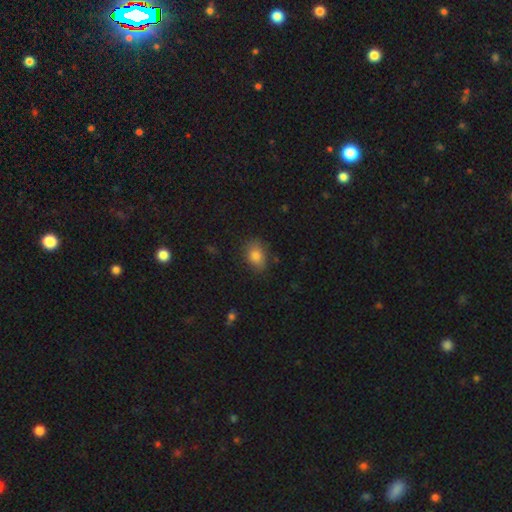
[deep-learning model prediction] A smooth galaxy with no disk features (82%) that is in between round and cigar-shaped (74%).

Vote fractions:
- Smooth or featured? smooth: 82% / star or artifact: 10% / featured or disk: 8%
- How rounded? in between: 74% / round: 24% / cigar-shaped: 1%
- Merging? none: 77% / minor disturbance: 18% / major disturbance: 4% / merger: 2%